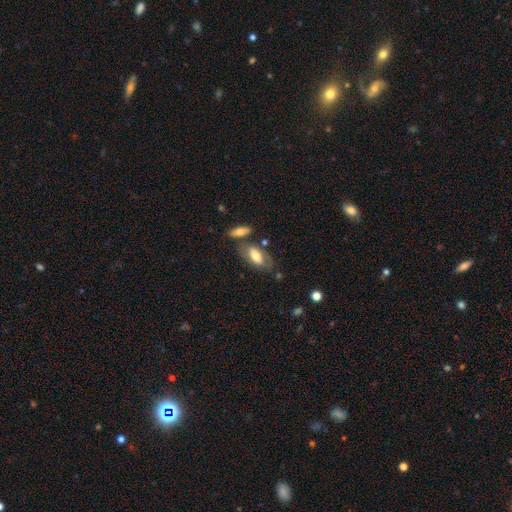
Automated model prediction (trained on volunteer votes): smooth-or-featured: smooth: 58% | featured or disk: 35% | star or artifact: 7%
  how-rounded: in between: 88% | cigar-shaped: 9% | round: 3%
  merging: none: 59% | minor disturbance: 18% | merger: 14% | major disturbance: 8%